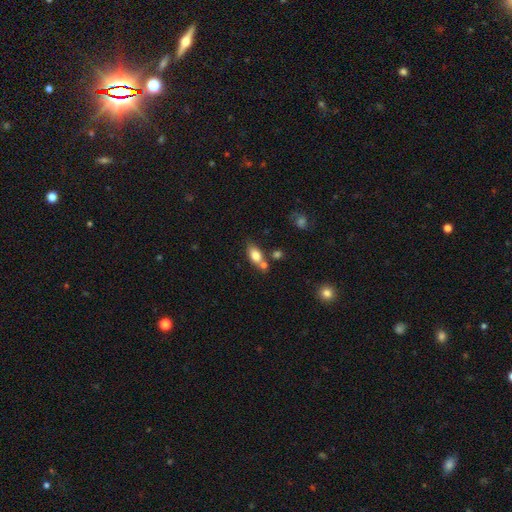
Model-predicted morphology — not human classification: Smooth or featured? smooth (78%)
How rounded? in between (83%)
Merging? none (55%)